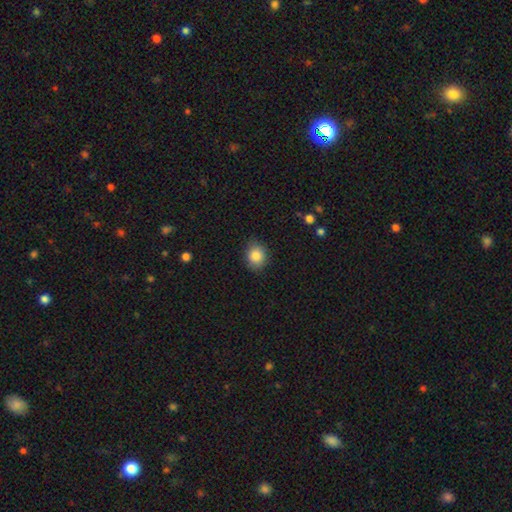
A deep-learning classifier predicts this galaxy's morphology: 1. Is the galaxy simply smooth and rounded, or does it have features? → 86% smooth, 9% star or artifact, 5% featured or disk.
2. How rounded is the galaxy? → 63% round, 36% in between, 1% cigar-shaped.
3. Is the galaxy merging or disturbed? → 84% none, 12% minor disturbance, 3% major disturbance, 1% merger.